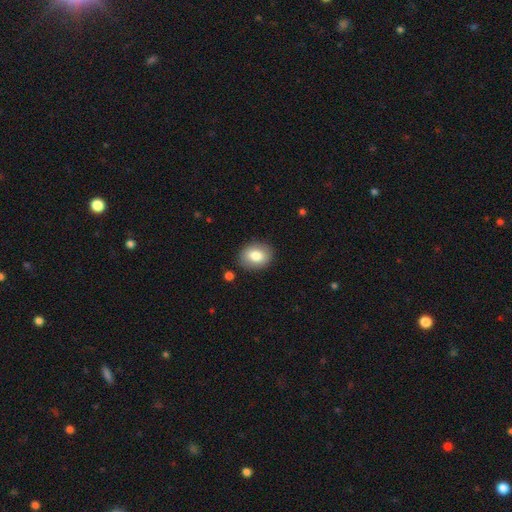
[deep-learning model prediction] Smooth or featured? Predicted: smooth (p=0.81). How rounded? Predicted: in between (p=0.59). Merging? Predicted: none (p=0.87).